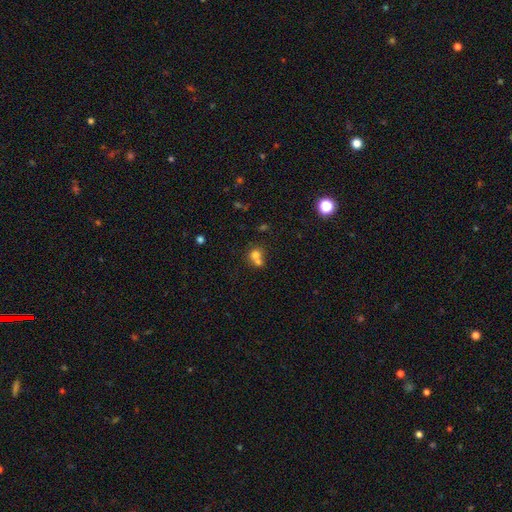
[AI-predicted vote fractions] smooth_or_featured: smooth (p=0.69) [alt: featured or disk p=0.16]
how_rounded: round (p=0.78) [alt: in between p=0.21]
merging: merger (p=0.60) [alt: none p=0.31]